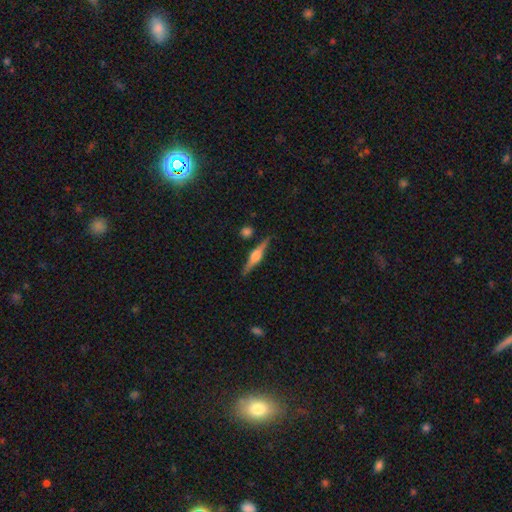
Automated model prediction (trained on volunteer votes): Smooth or featured: featured or disk — 78% (smooth — 16%)
Edge-on disk: yes — 98% (no — 2%)
Edge-on bulge: rounded — 90% (boxy — 8%)
Merging: none — 88% (minor disturbance — 8%)